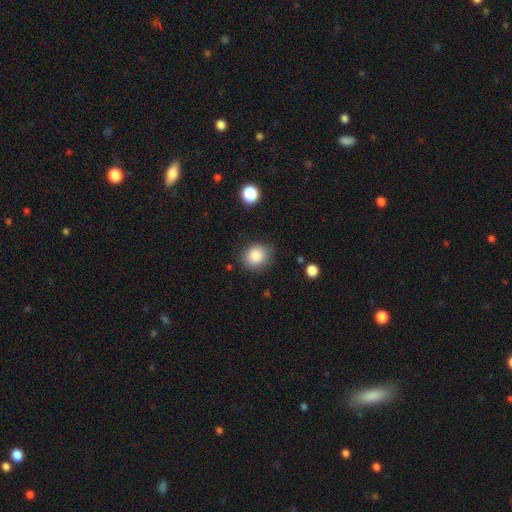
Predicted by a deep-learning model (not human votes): smooth_or_featured: smooth (p=0.86) [alt: star or artifact p=0.09]
how_rounded: round (p=0.65) [alt: in between p=0.34]
merging: none (p=0.80) [alt: minor disturbance p=0.14]